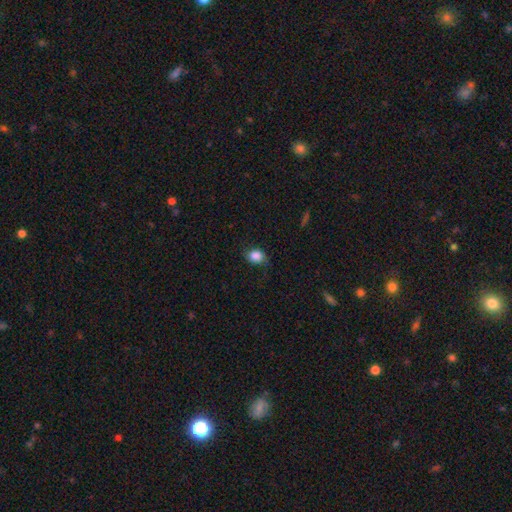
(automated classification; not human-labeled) The model was most divided on "how rounded" (2-way tie): round: 49%, in between: 49%, cigar-shaped: 1%. More confident: smooth or featured — smooth (82%); merging — none (69%).